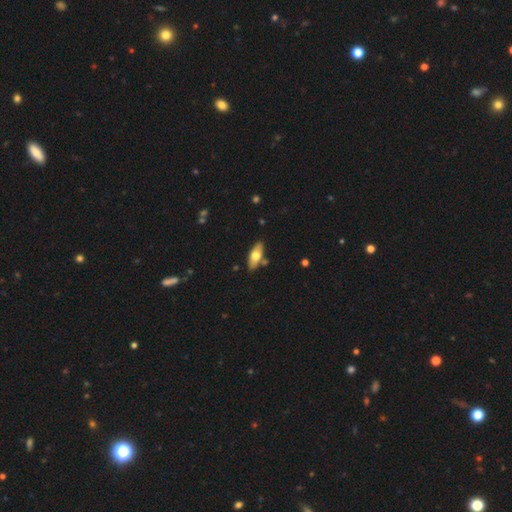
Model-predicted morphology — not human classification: A smooth galaxy with no disk features (62%) that is in between round and cigar-shaped (77%).

Vote fractions:
- Smooth or featured? smooth: 62% / featured or disk: 33% / star or artifact: 6%
- How rounded? in between: 77% / cigar-shaped: 21% / round: 3%
- Merging? none: 79% / minor disturbance: 12% / merger: 6% / major disturbance: 2%